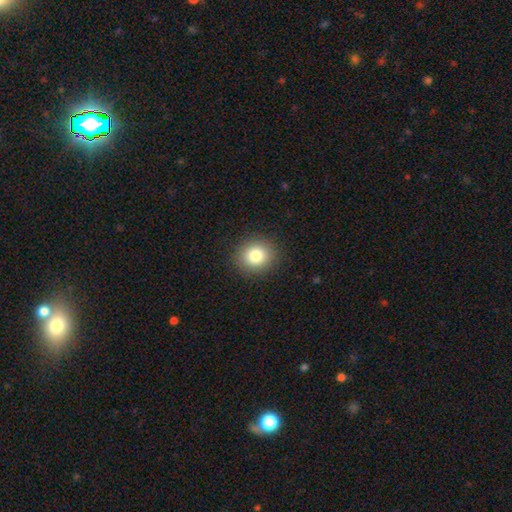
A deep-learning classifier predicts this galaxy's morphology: A smooth galaxy with no disk features (81%) that is round (84%). Merging: none (90%).